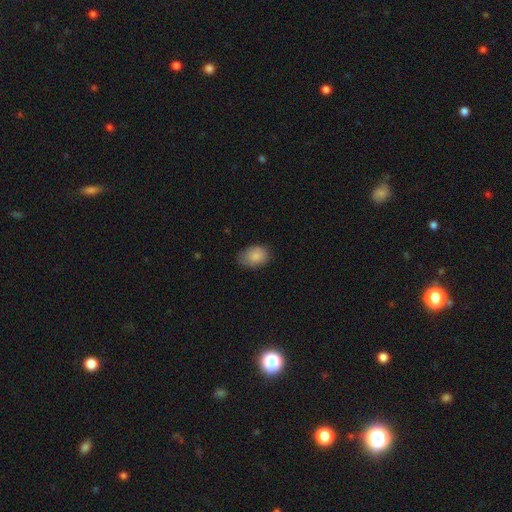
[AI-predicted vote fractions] smooth 86%, star or artifact 7%, featured or disk 6%. Down the decision tree: how rounded — in between (81%); merging — none (73%).